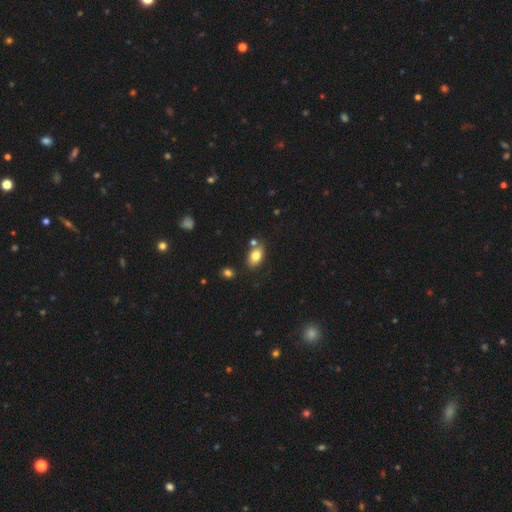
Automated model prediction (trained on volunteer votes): Q: Smooth or featured?
A: smooth (80%); runner-up: featured or disk (11%)
Q: How rounded?
A: in between (88%); runner-up: round (9%)
Q: Merging?
A: none (74%); runner-up: minor disturbance (13%)